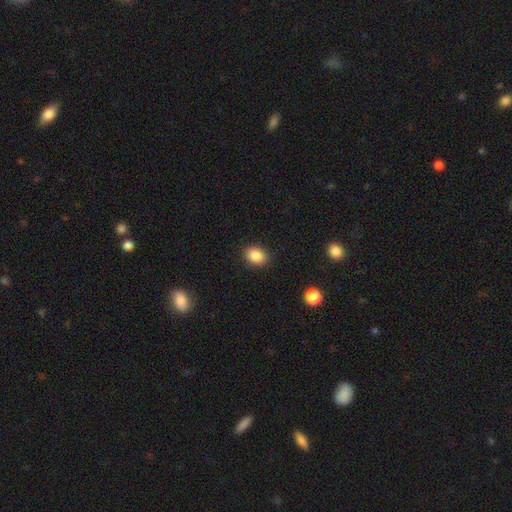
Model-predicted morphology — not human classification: Q: Smooth or featured?
A: smooth (87%); runner-up: star or artifact (9%)
Q: How rounded?
A: in between (61%); runner-up: round (38%)
Q: Merging?
A: none (88%); runner-up: minor disturbance (8%)